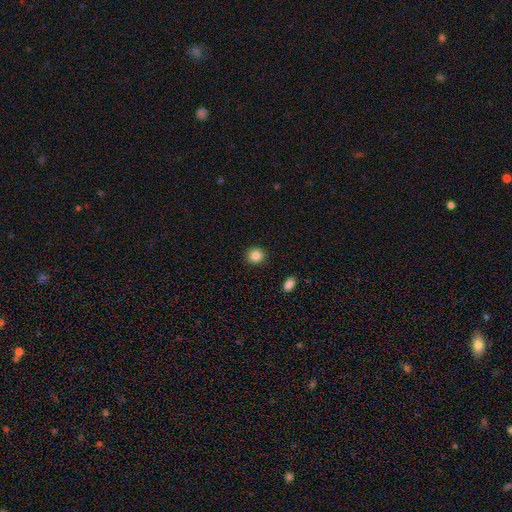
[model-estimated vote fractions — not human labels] Smooth or featured?
  - smooth: 86% *
  - star or artifact: 10%
  - featured or disk: 5%
How rounded?
  - round: 88% *
  - in between: 11%
  - cigar-shaped: 1%
Merging?
  - none: 92% *
  - minor disturbance: 5%
  - major disturbance: 2%
  - merger: 1%